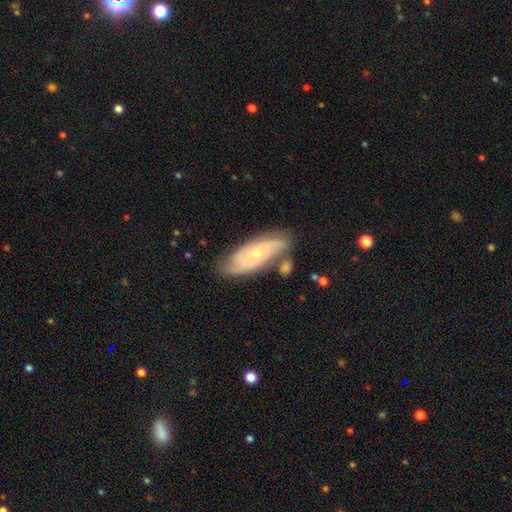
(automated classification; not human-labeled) A featured or disk galaxy (62%) with no bar (74%), spiral arms (80%) and a small central bulge (70%). Merging: none (74%).